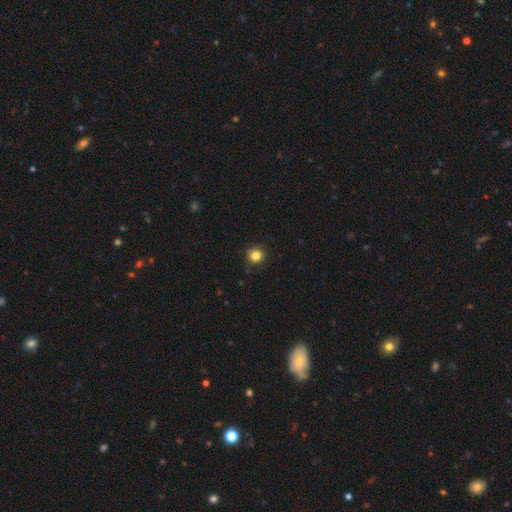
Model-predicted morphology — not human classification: smooth 83%, star or artifact 12%, featured or disk 4%. Down the decision tree: how rounded — round (93%); merging — none (90%).